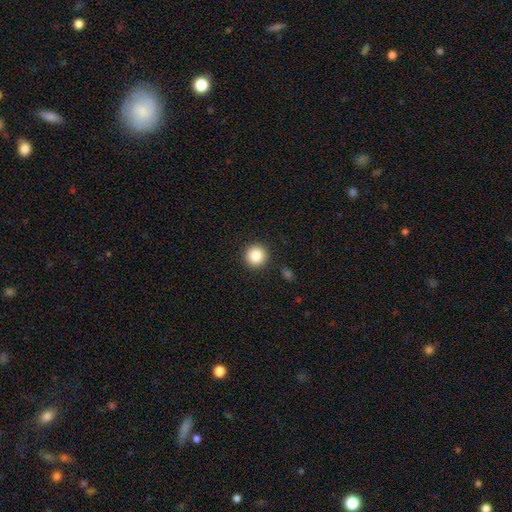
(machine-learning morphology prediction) The model was most divided on "smooth or featured": smooth: 85%, star or artifact: 9%, featured or disk: 6%. More confident: how rounded — round (96%); merging — none (92%).